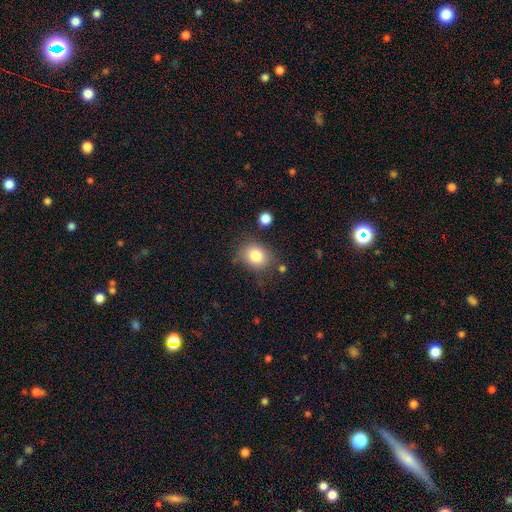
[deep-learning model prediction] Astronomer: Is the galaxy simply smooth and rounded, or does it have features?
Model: smooth — 82%.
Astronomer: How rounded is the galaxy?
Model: round — 54% (runner-up: in between, 45%).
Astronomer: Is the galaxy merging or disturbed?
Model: none — 74%.